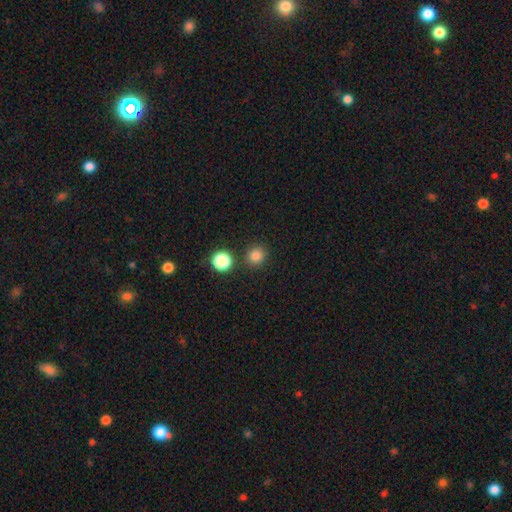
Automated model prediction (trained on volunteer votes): Smooth or featured? smooth (81%)
How rounded? round (87%)
Merging? none (86%)